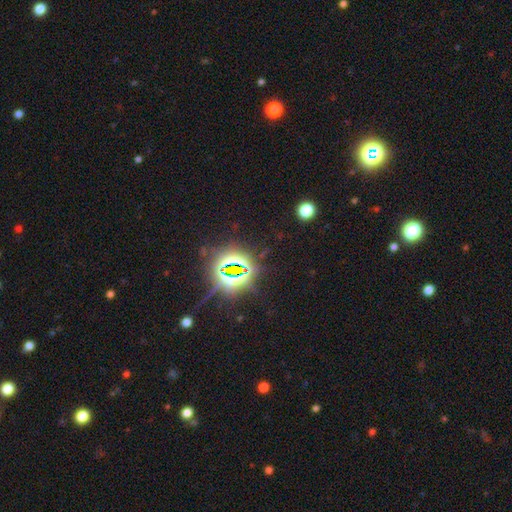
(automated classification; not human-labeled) A star or artifact, not a galaxy (84%).